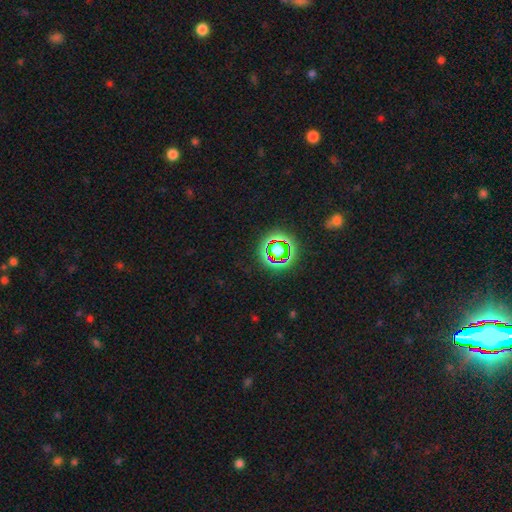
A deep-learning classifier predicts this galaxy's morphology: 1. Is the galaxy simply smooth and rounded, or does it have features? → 75% star or artifact, 17% smooth, 8% featured or disk.